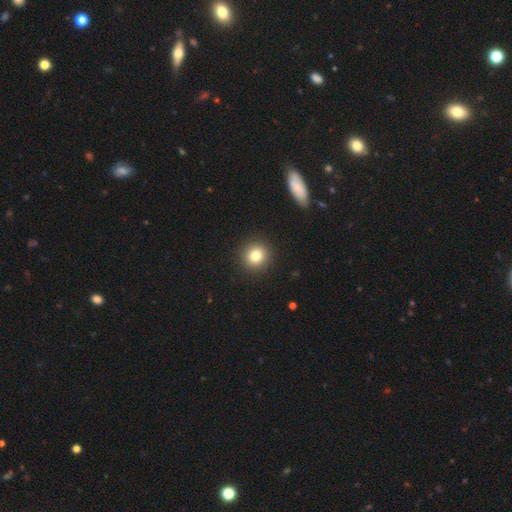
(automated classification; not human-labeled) smooth 80%, star or artifact 11%, featured or disk 8%. Down the decision tree: how rounded — round (91%); merging — none (91%).